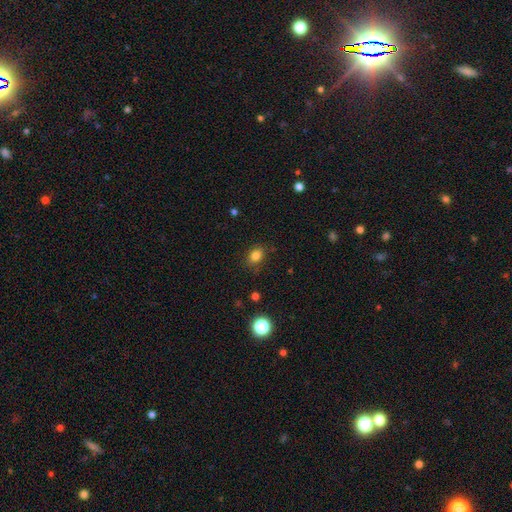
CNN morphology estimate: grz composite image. It shows a smooth galaxy with no disk features (82%) that is in between round and cigar-shaped (58%). Merging: none (81%).